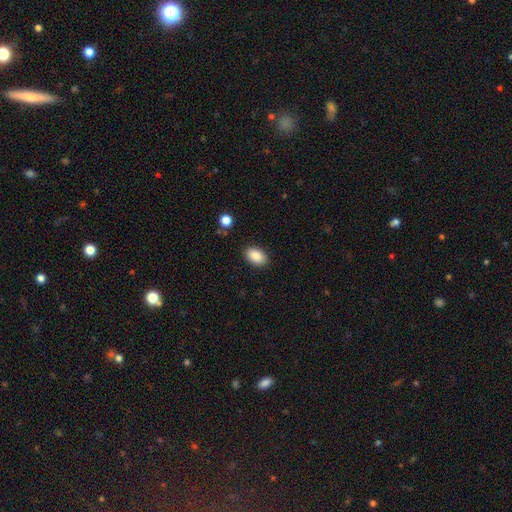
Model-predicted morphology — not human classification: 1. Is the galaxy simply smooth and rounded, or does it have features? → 86% smooth, 8% star or artifact, 6% featured or disk.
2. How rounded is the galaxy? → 89% in between, 9% round, 1% cigar-shaped.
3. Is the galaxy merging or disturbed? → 88% none, 8% minor disturbance, 2% major disturbance, 1% merger.